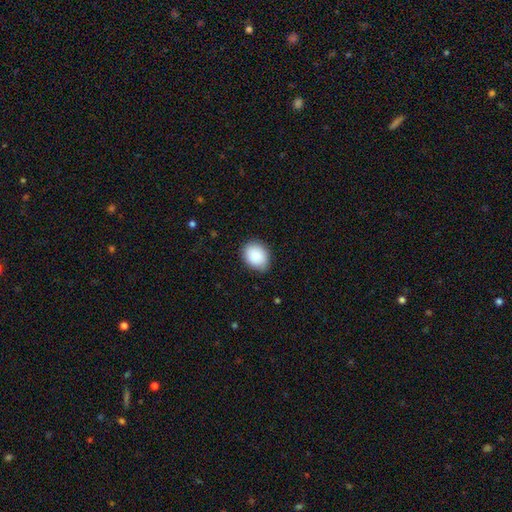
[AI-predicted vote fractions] Morphology: type=smooth (89%); roundness=in between (60%); merging=none (81%).